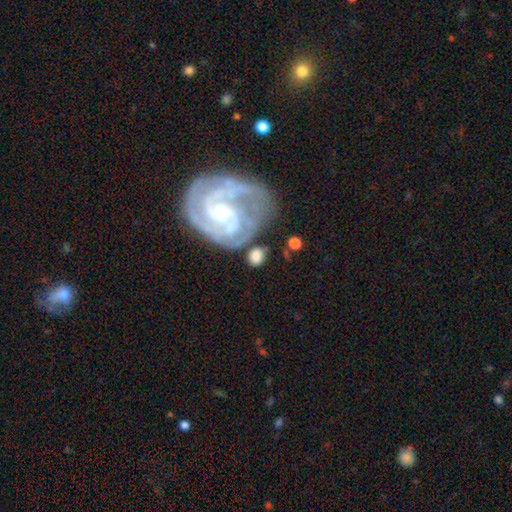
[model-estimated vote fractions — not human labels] Smooth or featured: smooth — 58% (featured or disk — 35%)
How rounded: in between — 60% (round — 37%)
Merging: none — 56% (minor disturbance — 18%)